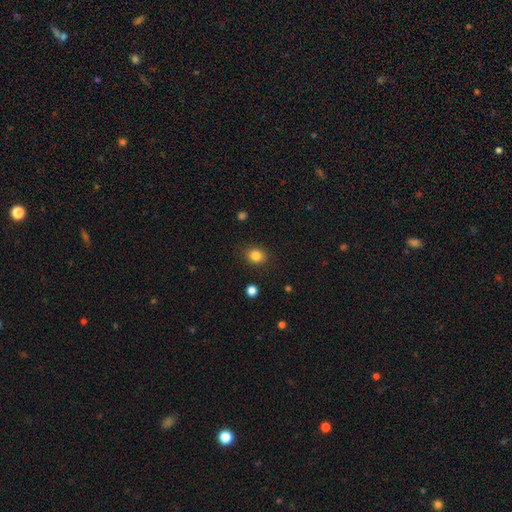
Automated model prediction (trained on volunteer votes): The model was most divided on "how rounded": round: 57%, in between: 43%, cigar-shaped: 1%. More confident: merging — none (88%); smooth or featured — smooth (84%).